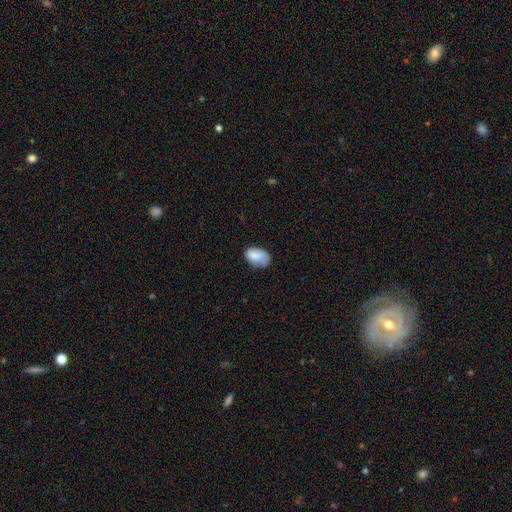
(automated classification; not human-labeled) This is likely a smooth galaxy (80%). How rounded: clearly in between (87%). Merging: possibly none (58%).